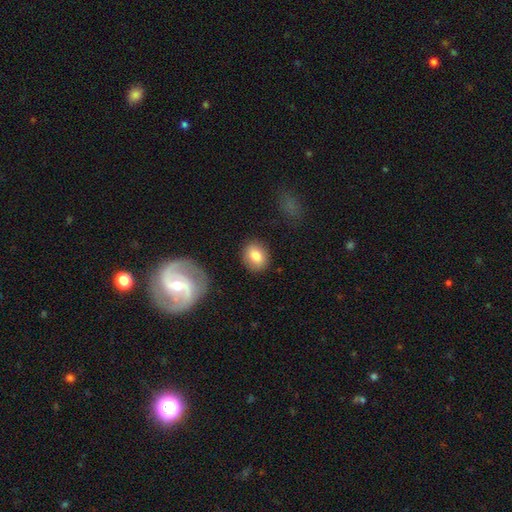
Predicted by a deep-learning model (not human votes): Q: Smooth or featured?
A: smooth (81%); runner-up: featured or disk (12%)
Q: How rounded?
A: round (58%); runner-up: in between (40%)
Q: Merging?
A: none (86%); runner-up: minor disturbance (9%)